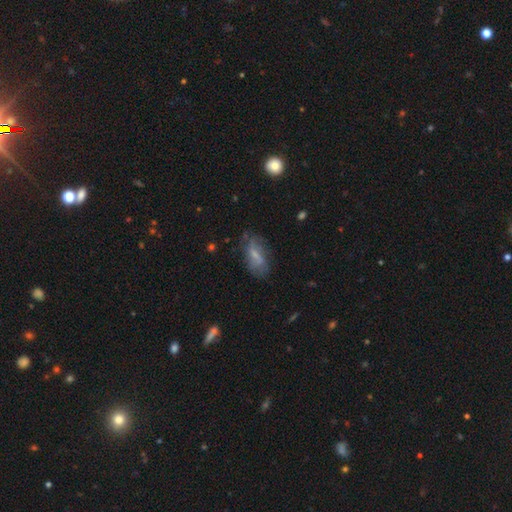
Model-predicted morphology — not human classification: Smooth or featured: smooth — 47% (featured or disk — 44%)
Merging: none — 62% (minor disturbance — 24%)